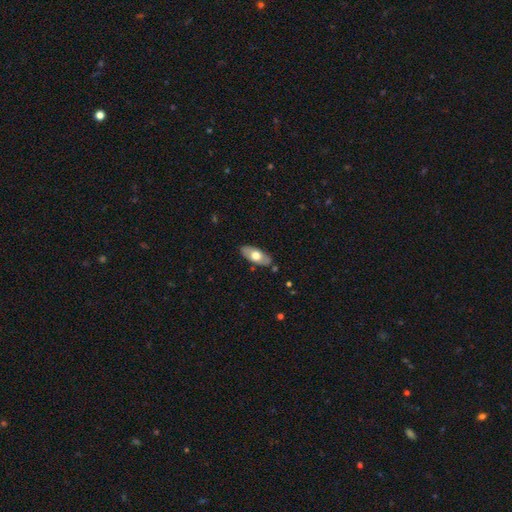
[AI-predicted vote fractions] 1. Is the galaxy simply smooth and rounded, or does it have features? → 59% smooth, 36% featured or disk, 5% star or artifact.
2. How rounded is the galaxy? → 87% in between, 10% cigar-shaped, 3% round.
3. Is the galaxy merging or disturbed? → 85% none, 11% minor disturbance, 2% major disturbance, 1% merger.